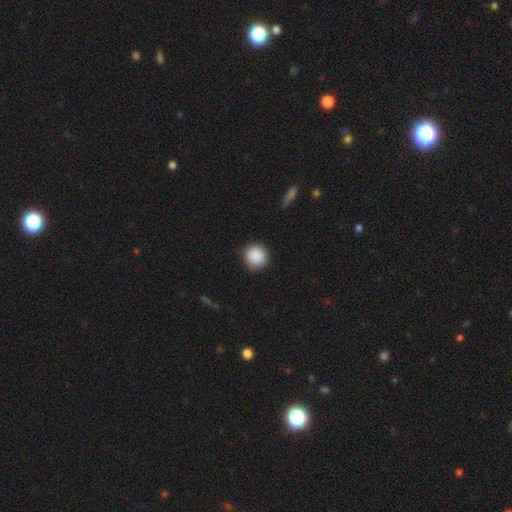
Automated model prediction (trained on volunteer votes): This appears to be a smooth galaxy with no disk features (89%) that is round (93%). Merging: none (87%).